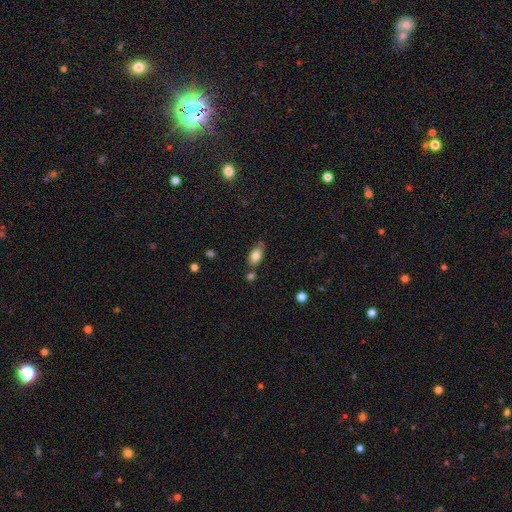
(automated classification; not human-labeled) The model was most divided on "merging": none: 63%, minor disturbance: 21%, merger: 12%, major disturbance: 5%. More confident: how rounded — in between (85%); smooth or featured — smooth (78%).